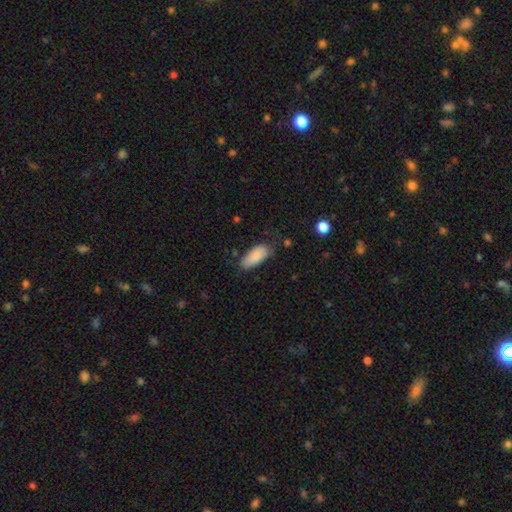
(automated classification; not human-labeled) Smooth or featured? smooth (87%)
How rounded? in between (86%)
Merging? none (70%)